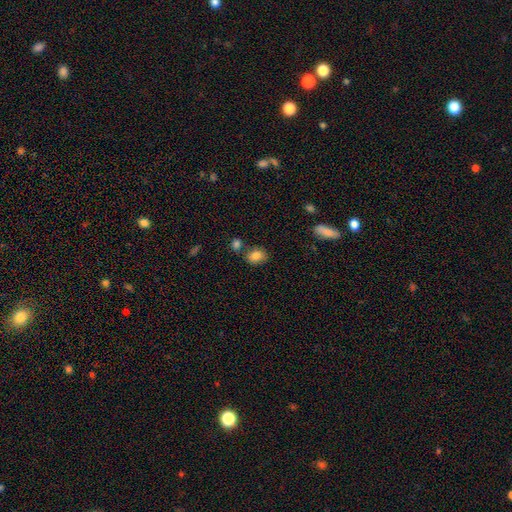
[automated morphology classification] A smooth galaxy with no disk features (84%) that is in between round and cigar-shaped (61%).

Vote fractions:
- Smooth or featured? smooth: 84% / star or artifact: 9% / featured or disk: 7%
- How rounded? in between: 61% / round: 38% / cigar-shaped: 1%
- Merging? none: 68% / minor disturbance: 14% / merger: 14% / major disturbance: 4%